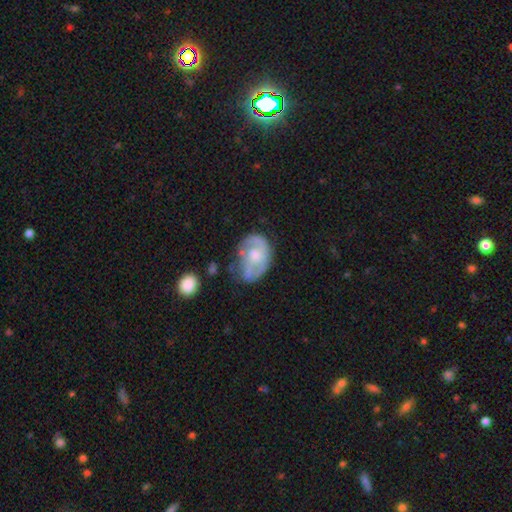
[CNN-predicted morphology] type=featured or disk (63%); edge-on=no (97%); bar=no (70%); spiral arms=yes (65%); bulge=moderate (56%); merging=none (50%).